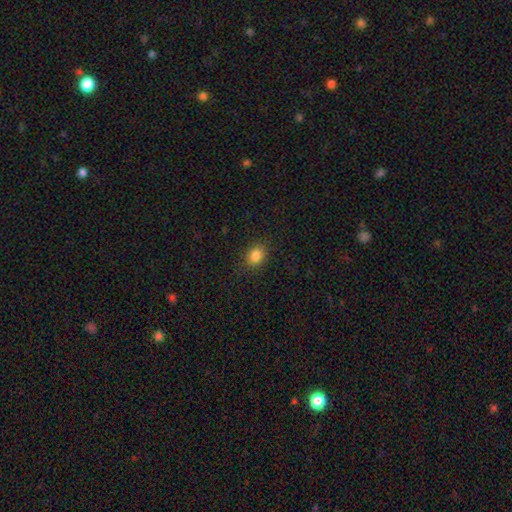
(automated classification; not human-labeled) Smooth or featured: smooth — 84% (star or artifact — 11%)
How rounded: round — 51% (in between — 48%)
Merging: none — 87% (minor disturbance — 9%)